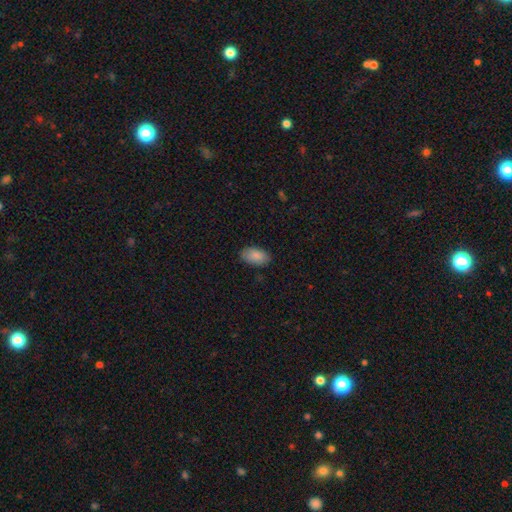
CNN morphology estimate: Smooth or featured? smooth (88%)
How rounded? in between (95%)
Merging? none (85%)